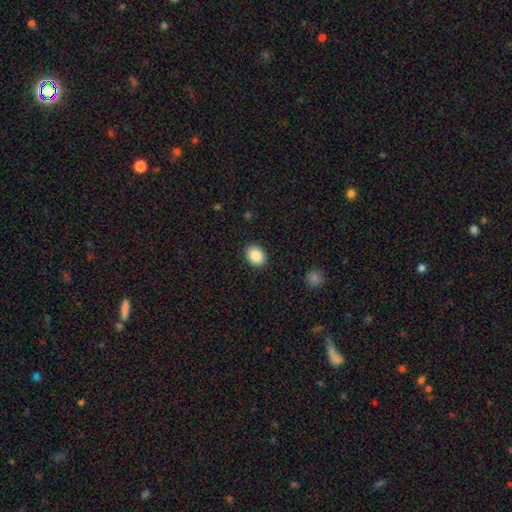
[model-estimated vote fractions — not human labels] This appears to be a smooth galaxy with no disk features (88%) that is in between round and cigar-shaped (56%). Merging: none (90%).